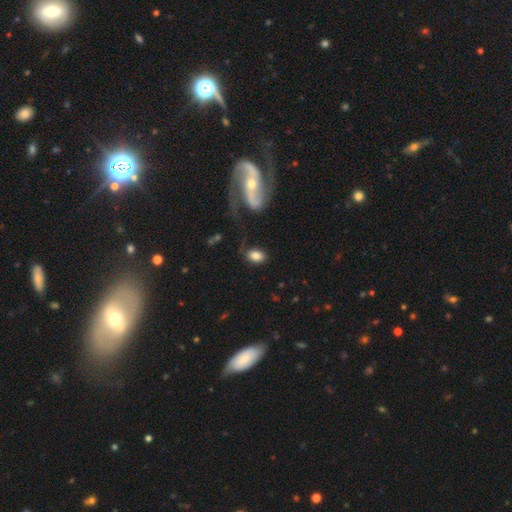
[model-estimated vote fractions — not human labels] Overall: smooth (81%). How rounded: in between (81%). Merging: none (68%).